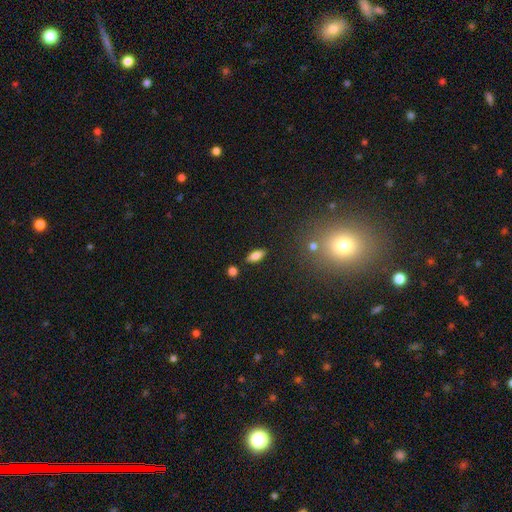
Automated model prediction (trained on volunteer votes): Smooth or featured? Predicted: smooth (p=0.76). How rounded? Predicted: in between (p=0.75). Merging? Predicted: none (p=0.84).